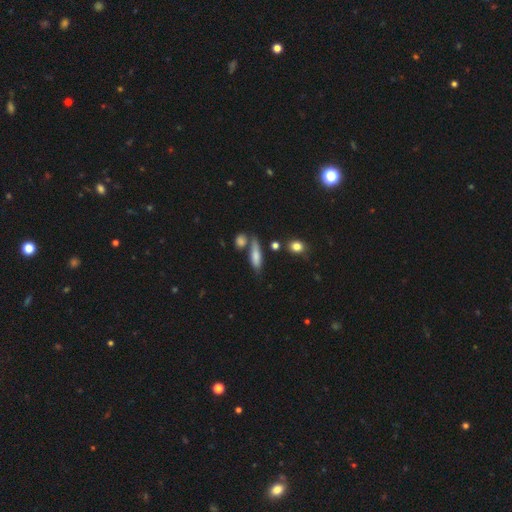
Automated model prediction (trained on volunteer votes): Overall: smooth (72%). How rounded: cigar-shaped (59%; in between 37%). Merging: none (62%).